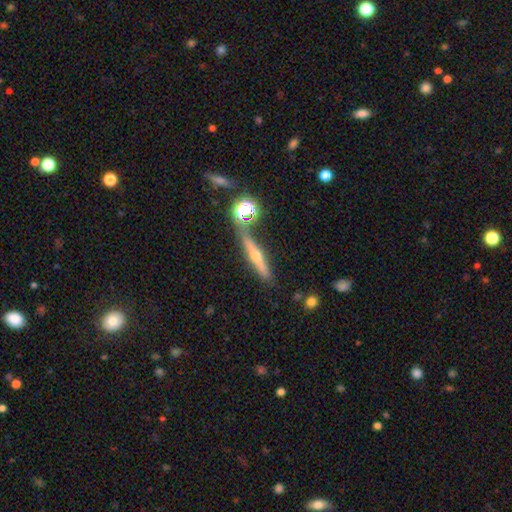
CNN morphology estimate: This appears to be a featured or disk galaxy (62%) viewed edge-on (94%) with a rounded central bulge (88%). Merging: none (74%).